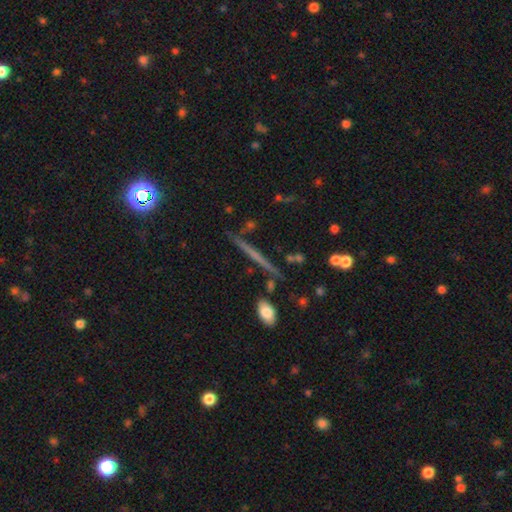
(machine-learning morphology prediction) smooth_or_featured: featured or disk (p=0.59) [alt: smooth p=0.27]
disk_edge_on: yes (p=0.96) [alt: no p=0.04]
edge_on_bulge: none (p=0.72) [alt: rounded p=0.20]
merging: none (p=0.86) [alt: minor disturbance p=0.09]